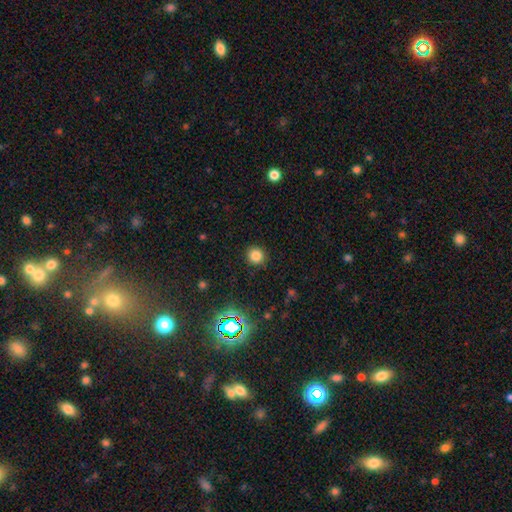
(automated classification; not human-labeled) Morphology: type=smooth (81%); roundness=round (92%); merging=none (91%).